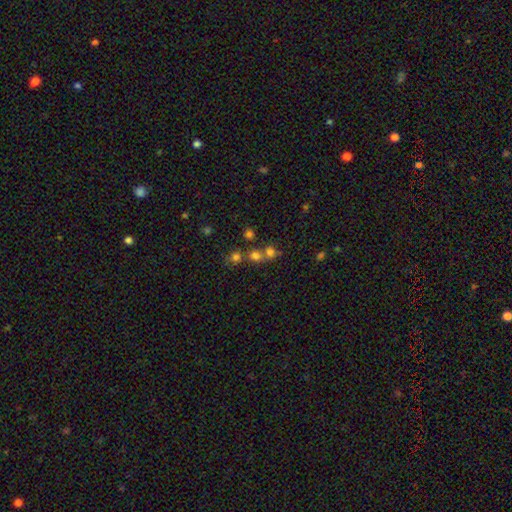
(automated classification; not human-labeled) Smooth or featured?
  - smooth: 68% *
  - star or artifact: 22%
  - featured or disk: 10%
How rounded?
  - round: 84% *
  - in between: 15%
  - cigar-shaped: 1%
Merging?
  - none: 53% *
  - merger: 36%
  - minor disturbance: 7%
  - major disturbance: 3%